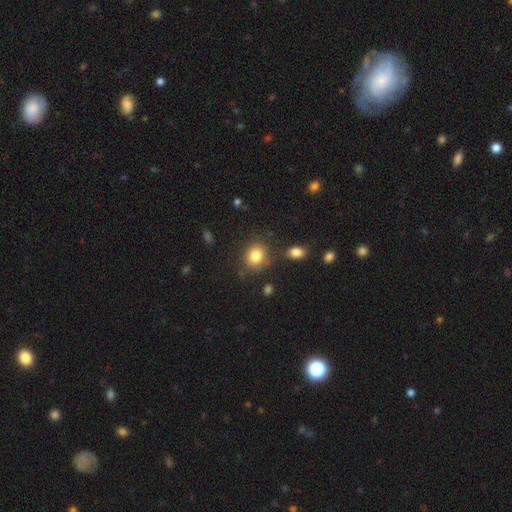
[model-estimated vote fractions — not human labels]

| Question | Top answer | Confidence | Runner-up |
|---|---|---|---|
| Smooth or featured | smooth | 83% | star or artifact (10%) |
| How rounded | round | 70% | in between (29%) |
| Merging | none | 77% | minor disturbance (13%) |